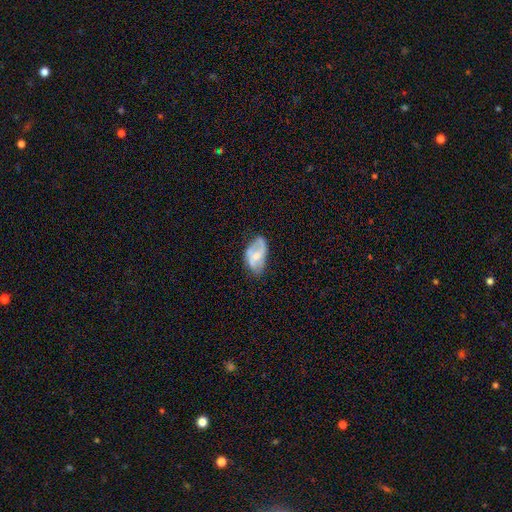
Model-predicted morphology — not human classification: The model was most divided on "bulge size" (2-way tie): moderate: 45%, small: 45%, none: 7%, large: 3%, dominant: 1%. Remaining: edge-on disk — no (95%); spiral arms — yes (72%); smooth or featured — featured or disk (61%); merging — none (54%); bar — no (48%).